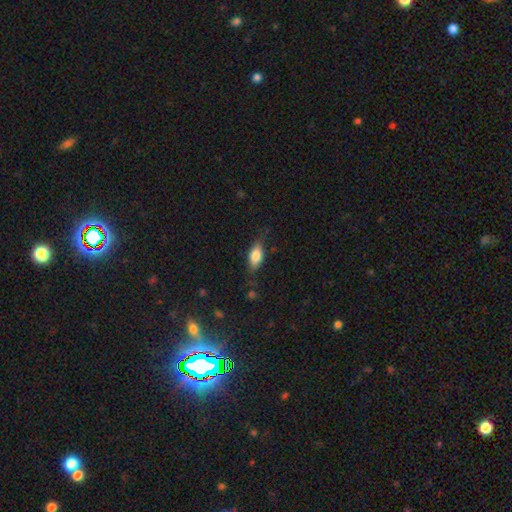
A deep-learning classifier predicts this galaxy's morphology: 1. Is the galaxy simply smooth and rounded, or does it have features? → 76% smooth, 17% featured or disk, 7% star or artifact.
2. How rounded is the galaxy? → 83% in between, 13% cigar-shaped, 4% round.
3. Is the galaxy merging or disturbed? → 74% none, 19% minor disturbance, 5% major disturbance, 1% merger.